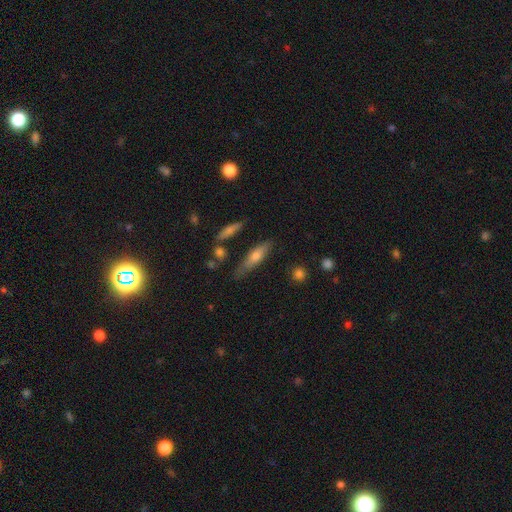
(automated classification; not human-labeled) The model was most divided on "smooth or featured": smooth: 60%, featured or disk: 33%, star or artifact: 7%. More confident: merging — none (71%); how rounded — cigar-shaped (64%).